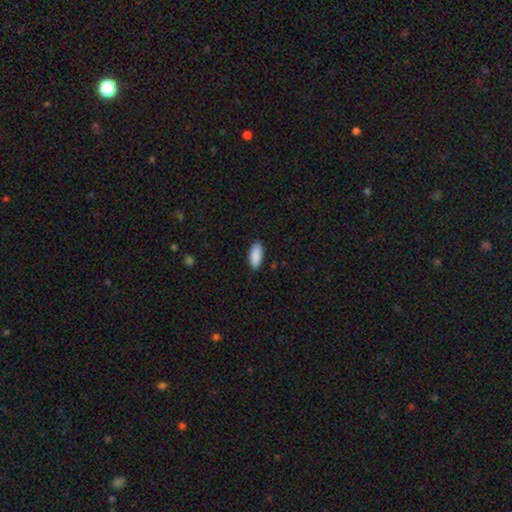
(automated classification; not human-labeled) This appears to be a smooth galaxy with no disk features (90%) that is in between round and cigar-shaped (88%). Merging: none (88%).